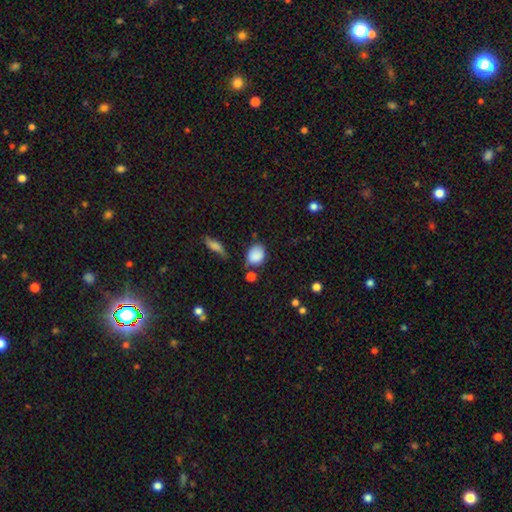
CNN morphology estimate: A smooth galaxy with no disk features (85%) that is in between round and cigar-shaped (52%). Merging: none (61%).